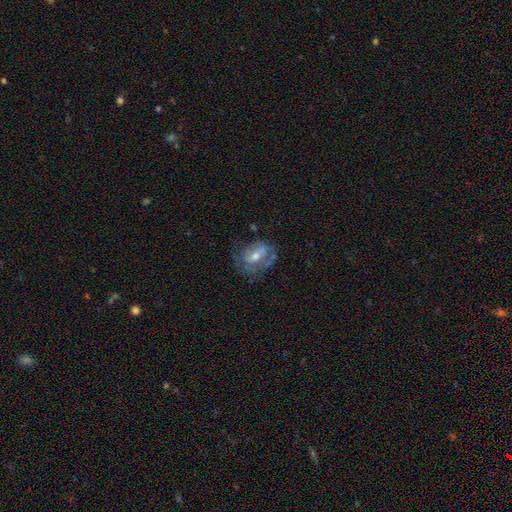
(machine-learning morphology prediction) Q: Smooth or featured?
A: featured or disk (62%); runner-up: smooth (29%)
Q: Edge-on disk?
A: no (94%); runner-up: yes (6%)
Q: Bar?
A: weak (41%); runner-up: no (37%)
Q: Spiral arms?
A: yes (57%); runner-up: no (43%)
Q: Bulge size?
A: moderate (58%); runner-up: small (31%)
Q: Merging?
A: none (49%); runner-up: minor disturbance (25%)